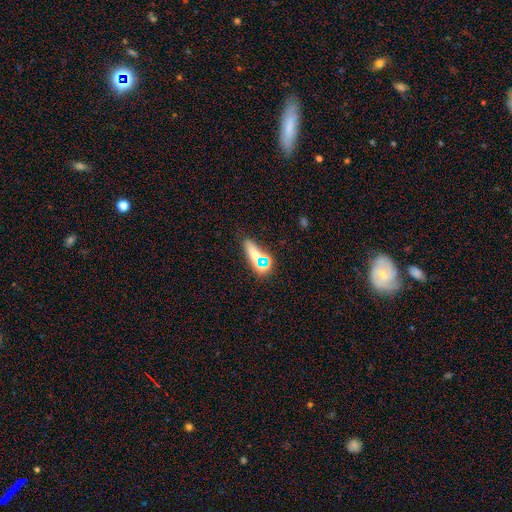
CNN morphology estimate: Smooth or featured? Predicted: smooth (p=0.55). How rounded? Predicted: in between (p=0.54). Merging? Predicted: none (p=0.68).